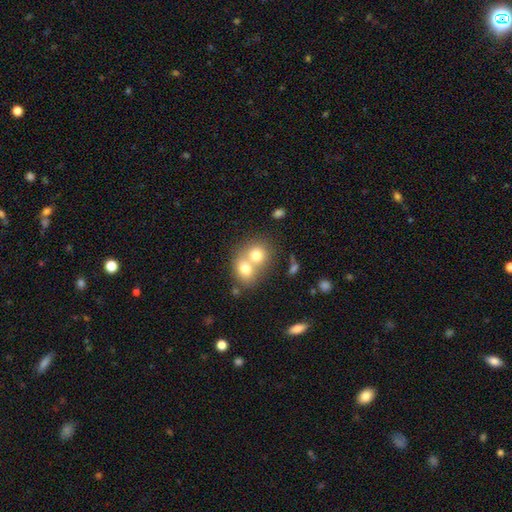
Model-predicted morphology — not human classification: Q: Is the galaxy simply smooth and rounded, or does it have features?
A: smooth — 64%.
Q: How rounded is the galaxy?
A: round — 66%.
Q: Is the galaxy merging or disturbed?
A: merger — 69%.